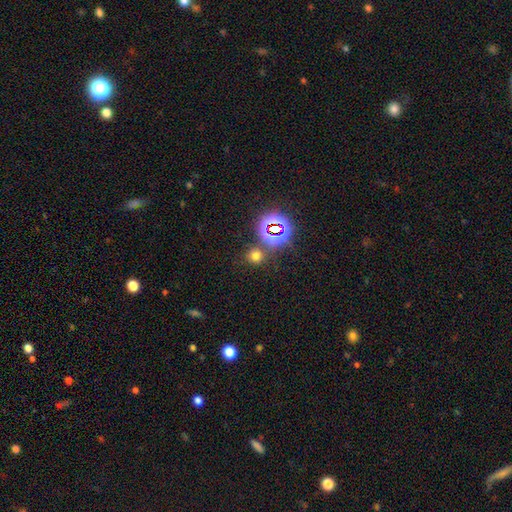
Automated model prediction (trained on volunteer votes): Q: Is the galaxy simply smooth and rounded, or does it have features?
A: smooth — 63%.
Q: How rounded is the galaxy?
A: round — 89%.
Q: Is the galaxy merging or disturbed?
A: none — 78%.